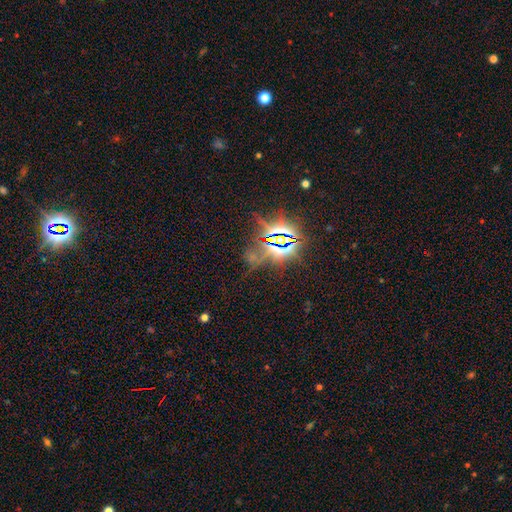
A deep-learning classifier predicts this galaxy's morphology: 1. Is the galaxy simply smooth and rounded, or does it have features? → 80% star or artifact, 11% smooth, 9% featured or disk.